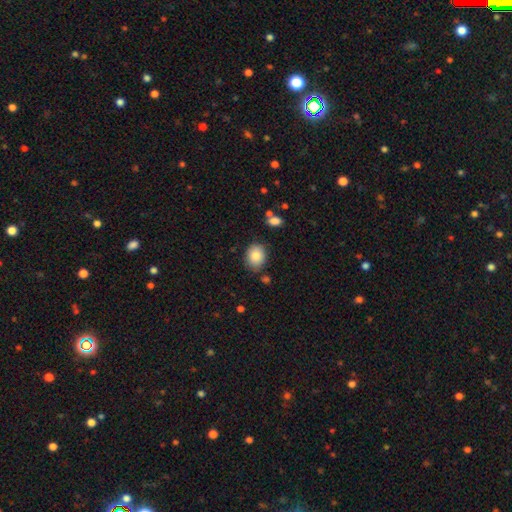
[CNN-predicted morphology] smooth 84%, star or artifact 8%, featured or disk 8%. Down the decision tree: how rounded — in between (50%); merging — none (79%).